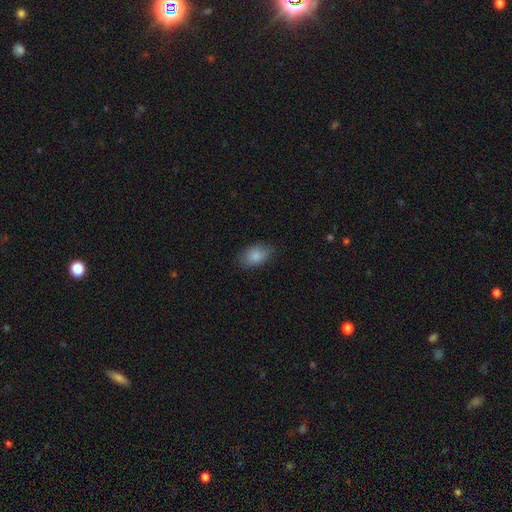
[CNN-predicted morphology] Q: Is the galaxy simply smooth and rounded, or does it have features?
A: smooth — 86%.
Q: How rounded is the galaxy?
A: in between — 88%.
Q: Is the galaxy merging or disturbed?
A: none — 83%.